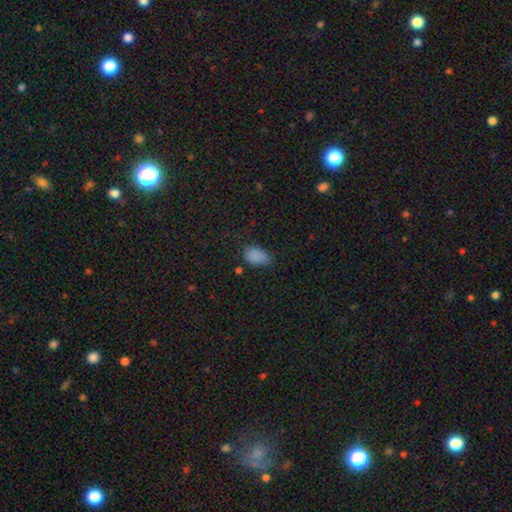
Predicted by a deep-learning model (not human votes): The model was most divided on "merging": none: 61%, minor disturbance: 29%, major disturbance: 8%, merger: 3%. More confident: how rounded — in between (90%); smooth or featured — smooth (85%).